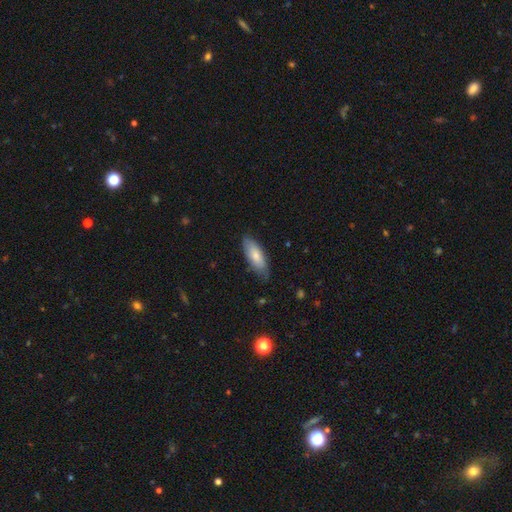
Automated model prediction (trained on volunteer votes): Overall: smooth (76%). How rounded: in between (72%). Merging: none (74%).